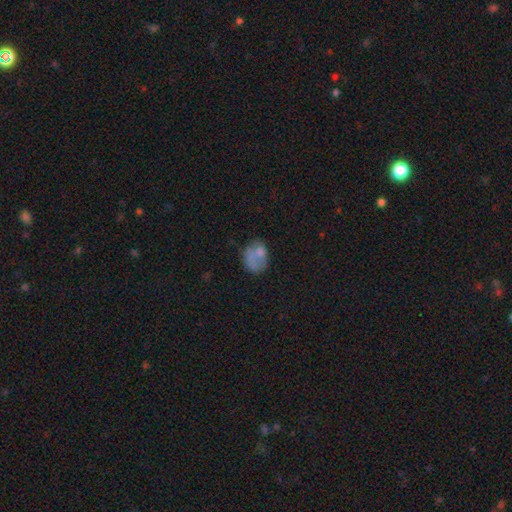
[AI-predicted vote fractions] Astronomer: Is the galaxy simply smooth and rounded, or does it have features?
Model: smooth — 62%.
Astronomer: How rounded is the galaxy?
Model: in between — 57% (runner-up: round, 41%).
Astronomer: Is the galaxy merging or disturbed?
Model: none — 41% (runner-up: minor disturbance, 26%).